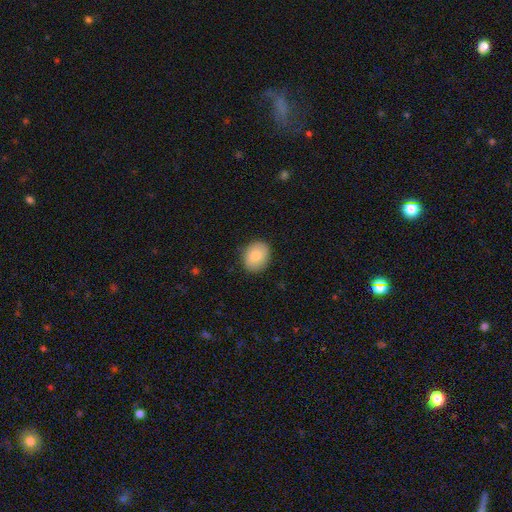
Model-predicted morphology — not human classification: smooth-or-featured: smooth: 83% | featured or disk: 10% | star or artifact: 7%
  how-rounded: in between: 50% | round: 49% | cigar-shaped: 1%
  merging: none: 87% | minor disturbance: 10% | major disturbance: 2% | merger: 1%